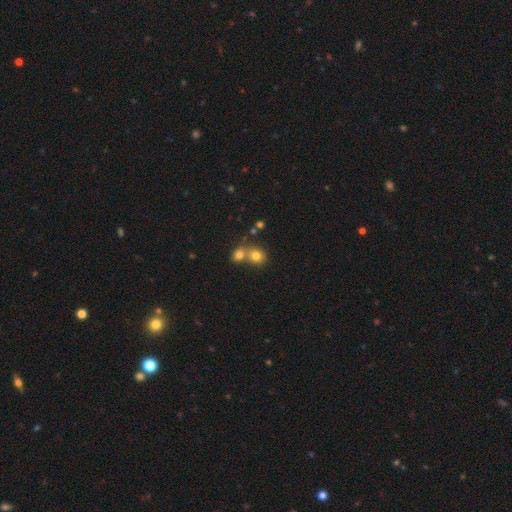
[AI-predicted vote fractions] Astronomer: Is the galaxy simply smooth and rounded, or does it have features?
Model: smooth — 78%.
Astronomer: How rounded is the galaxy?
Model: round — 78%.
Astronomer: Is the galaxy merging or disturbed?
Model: merger — 49% (runner-up: none, 42%).